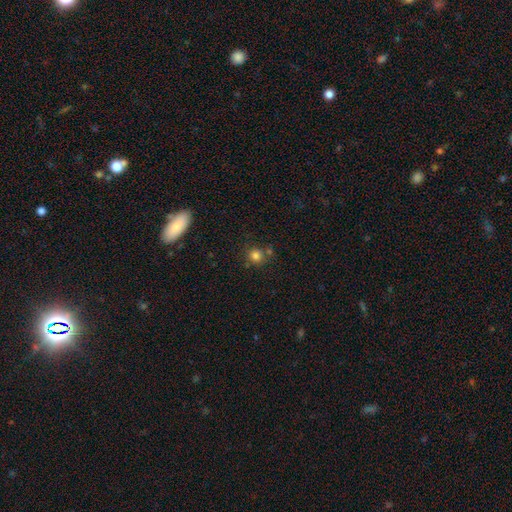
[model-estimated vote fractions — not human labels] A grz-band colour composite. It shows a smooth galaxy with no disk features (80%) that is round (88%). Merging: none (70%).